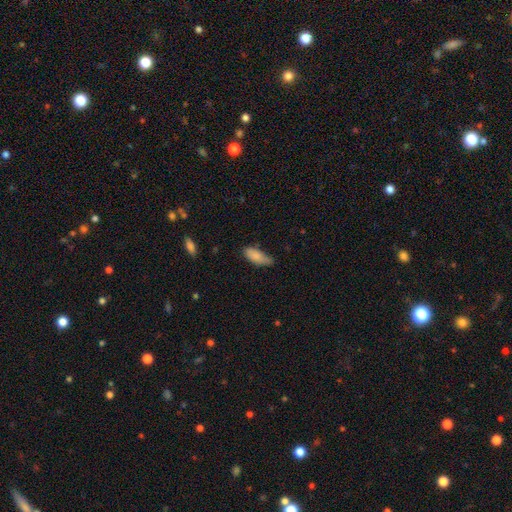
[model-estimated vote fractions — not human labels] Smooth or featured? smooth (85%)
How rounded? in between (75%)
Merging? none (56%)